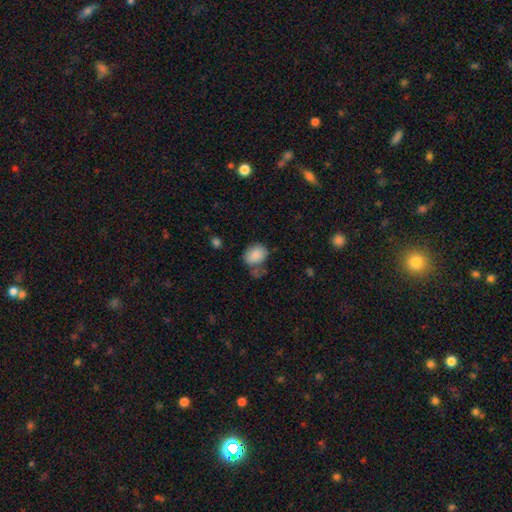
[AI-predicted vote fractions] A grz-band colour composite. It shows a smooth galaxy with no disk features (85%) that is in between round and cigar-shaped (55%). Merging: none (57%).